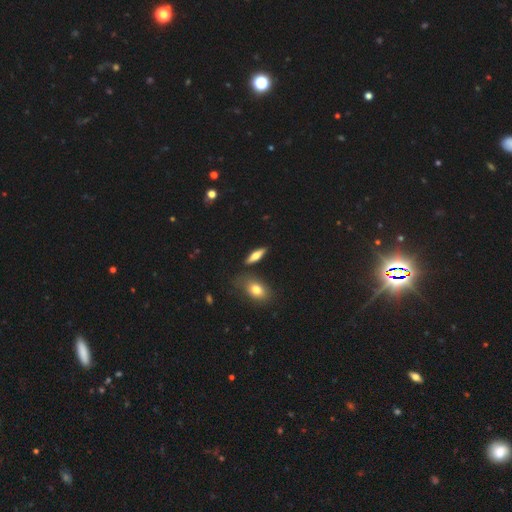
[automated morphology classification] smooth_or_featured: smooth (p=0.54) [alt: featured or disk p=0.38]
how_rounded: cigar-shaped (p=0.55) [alt: in between p=0.41]
merging: none (p=0.81) [alt: minor disturbance p=0.11]